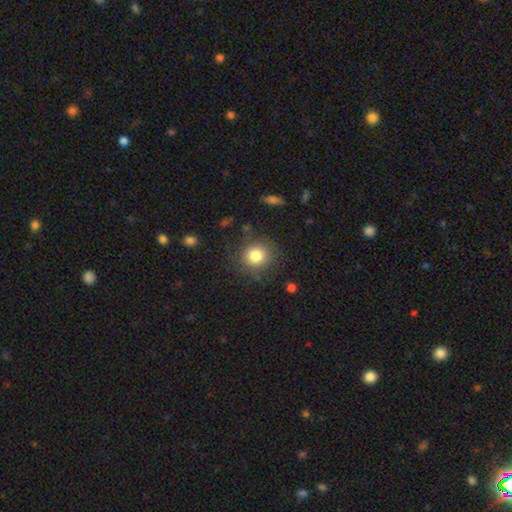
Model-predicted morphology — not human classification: type=smooth (81%); roundness=round (89%); merging=none (82%).